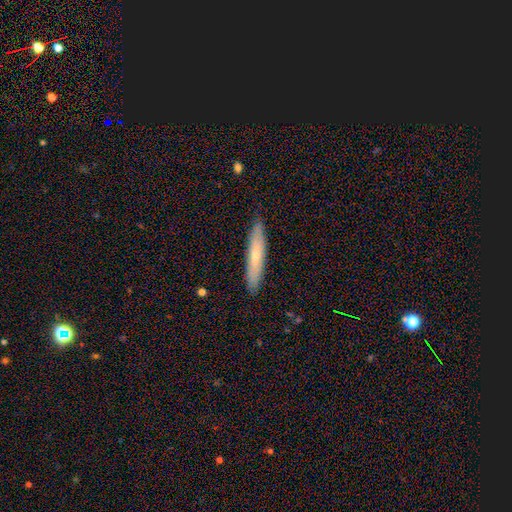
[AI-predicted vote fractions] Smooth or featured: smooth — 56% (featured or disk — 38%)
How rounded: cigar-shaped — 89% (in between — 9%)
Merging: none — 87% (minor disturbance — 10%)